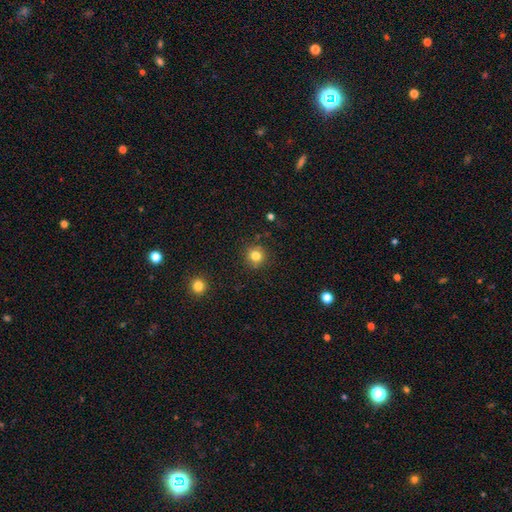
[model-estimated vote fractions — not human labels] Smooth or featured? Predicted: smooth (p=0.81). How rounded? Predicted: round (p=0.92). Merging? Predicted: none (p=0.87).